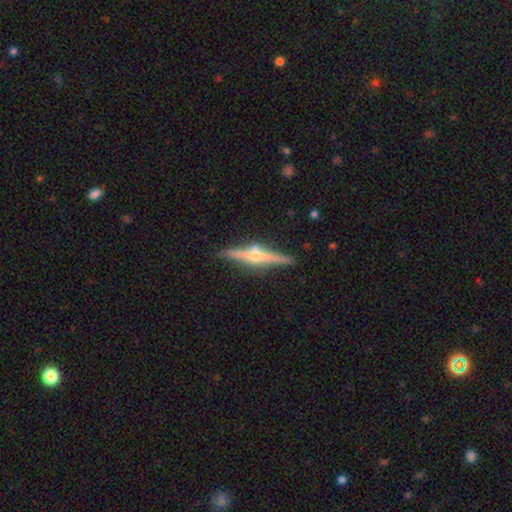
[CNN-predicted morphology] A featured or disk galaxy (82%) viewed edge-on (98%) with a rounded central bulge (93%).

Vote fractions:
- Smooth or featured? featured or disk: 82% / smooth: 12% / star or artifact: 6%
- Edge-on disk? yes: 98% / no: 2%
- Edge-on bulge? rounded: 93% / boxy: 4% / none: 3%
- Merging? none: 88% / minor disturbance: 8% / merger: 2% / major disturbance: 2%